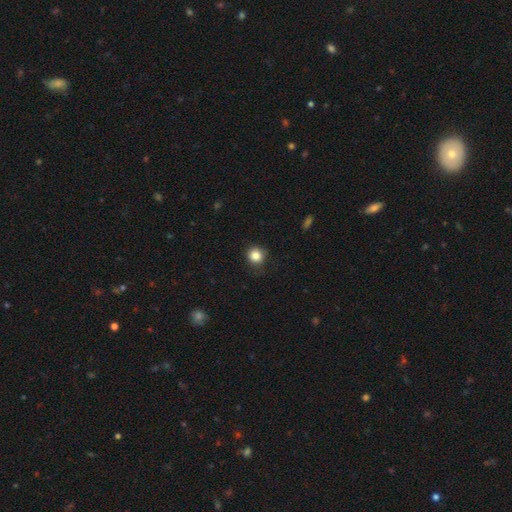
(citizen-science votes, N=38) This is clearly a smooth galaxy (87%). How rounded: clearly round (91%). Merging: likely none (74%).